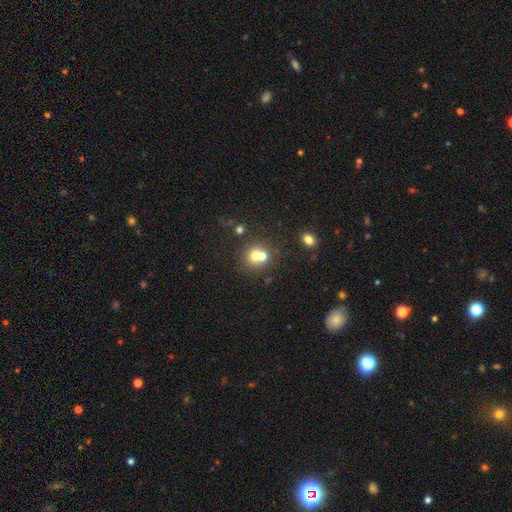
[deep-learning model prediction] Overall: smooth (66%). How rounded: round (84%). Merging: none (45%, tied with merger).